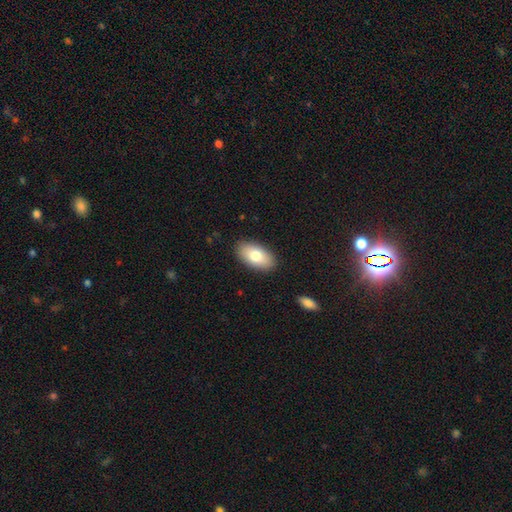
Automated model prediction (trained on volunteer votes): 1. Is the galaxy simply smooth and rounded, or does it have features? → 79% smooth, 15% featured or disk, 7% star or artifact.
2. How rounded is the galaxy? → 94% in between, 3% round, 3% cigar-shaped.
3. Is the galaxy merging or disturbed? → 88% none, 8% minor disturbance, 2% major disturbance, 1% merger.